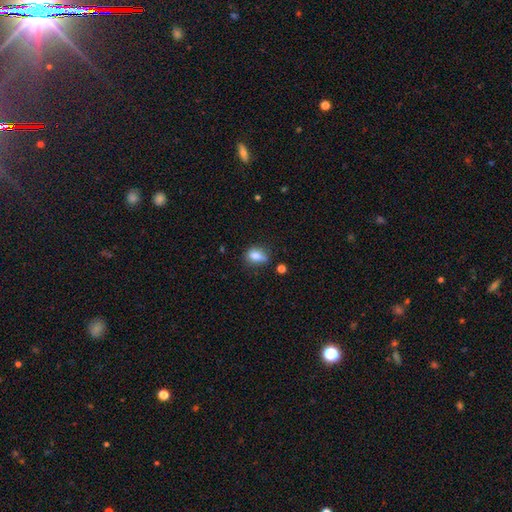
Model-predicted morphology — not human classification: A smooth galaxy with no disk features (79%) that is in between round and cigar-shaped (69%). Merging: none (56%).